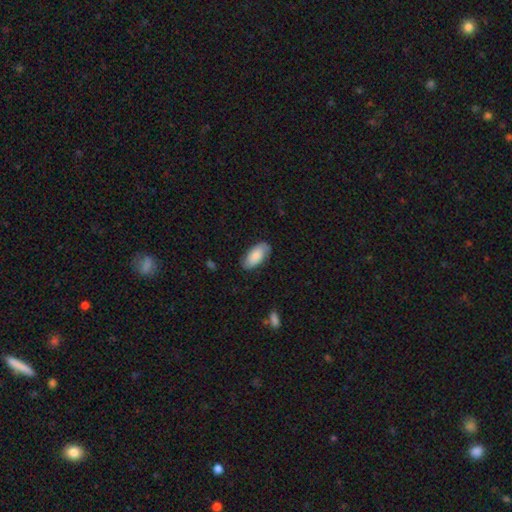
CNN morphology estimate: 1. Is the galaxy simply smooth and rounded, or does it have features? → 77% smooth, 17% featured or disk, 6% star or artifact.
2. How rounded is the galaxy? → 93% in between, 5% cigar-shaped, 2% round.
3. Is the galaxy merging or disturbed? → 80% none, 15% minor disturbance, 3% major disturbance, 1% merger.